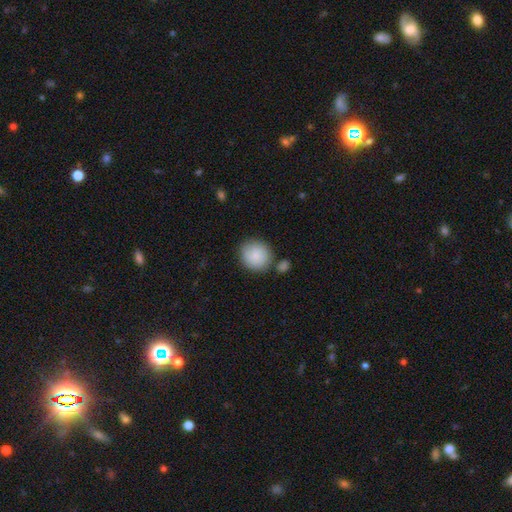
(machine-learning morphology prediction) Smooth or featured: smooth — 85% (featured or disk — 8%)
How rounded: round — 90% (in between — 9%)
Merging: none — 76% (minor disturbance — 12%)